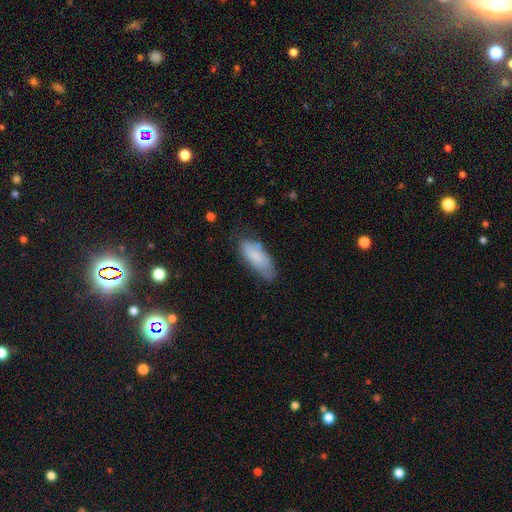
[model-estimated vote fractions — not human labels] Q: Smooth or featured?
A: smooth (79%); runner-up: featured or disk (15%)
Q: How rounded?
A: in between (74%); runner-up: cigar-shaped (24%)
Q: Merging?
A: none (59%); runner-up: minor disturbance (29%)